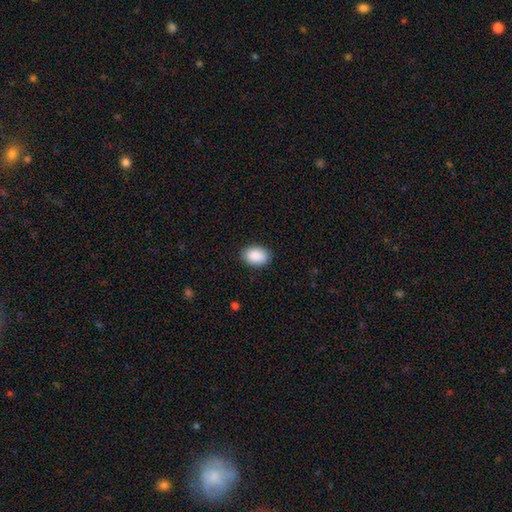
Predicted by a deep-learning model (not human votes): smooth_or_featured: smooth (p=0.91) [alt: star or artifact p=0.06]
how_rounded: in between (p=0.83) [alt: round p=0.16]
merging: none (p=0.88) [alt: minor disturbance p=0.09]